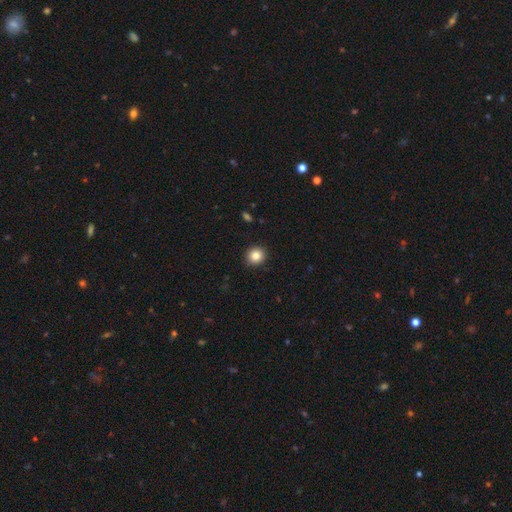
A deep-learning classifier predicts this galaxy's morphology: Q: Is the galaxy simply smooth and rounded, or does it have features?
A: smooth — 84%.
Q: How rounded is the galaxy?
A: round — 87%.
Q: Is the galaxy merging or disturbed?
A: none — 92%.